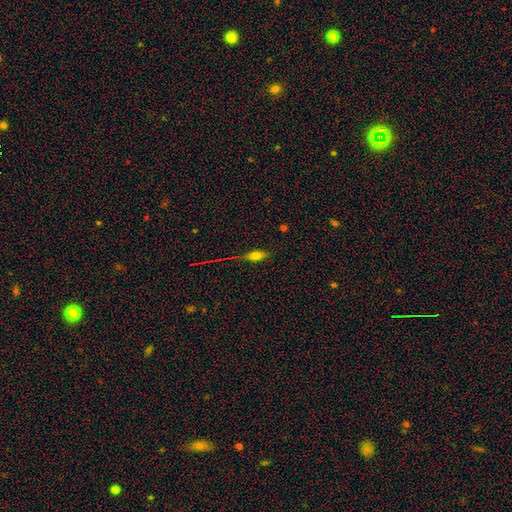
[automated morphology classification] smooth-or-featured: smooth: 62% | featured or disk: 22% | star or artifact: 16%
  how-rounded: in between: 72% | cigar-shaped: 23% | round: 5%
  merging: none: 73% | minor disturbance: 17% | merger: 6% | major disturbance: 5%